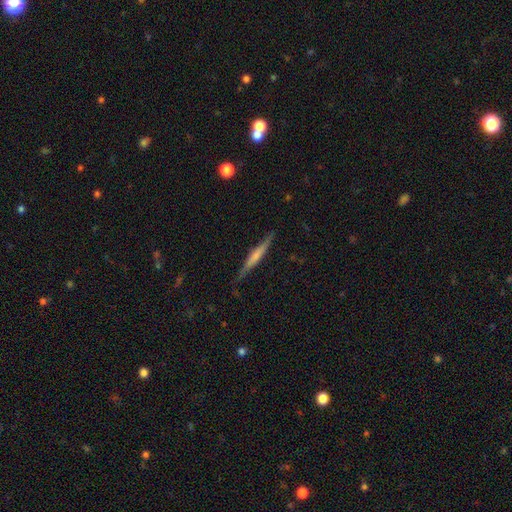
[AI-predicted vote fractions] Smooth or featured? Predicted: featured or disk (p=0.51). Edge-on disk? Predicted: yes (p=0.95). Merging? Predicted: none (p=0.81).